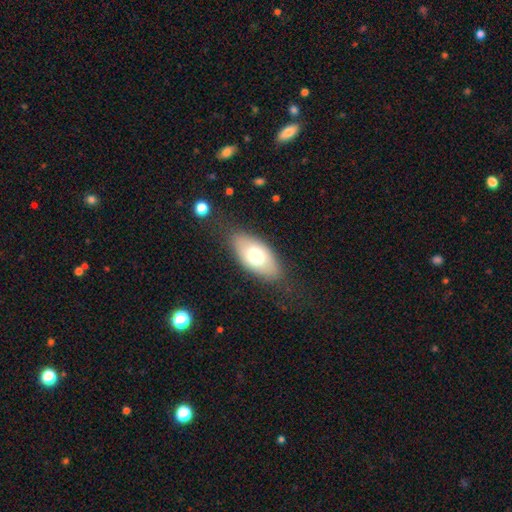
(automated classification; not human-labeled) smooth 68%, featured or disk 25%, star or artifact 7%. Down the decision tree: how rounded — in between (90%); merging — none (77%).